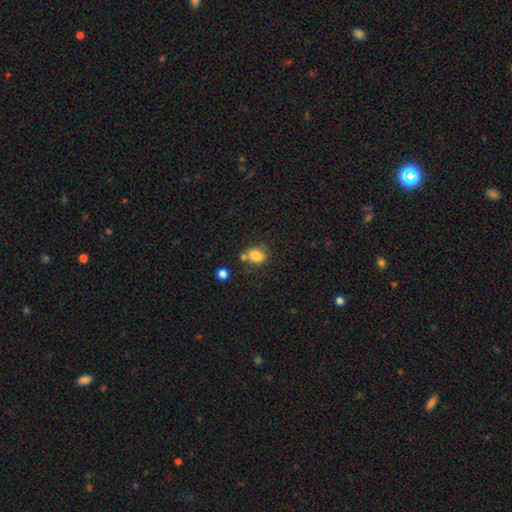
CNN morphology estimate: smooth 83%, star or artifact 11%, featured or disk 6%. Down the decision tree: how rounded — in between (54%); merging — none (59%).